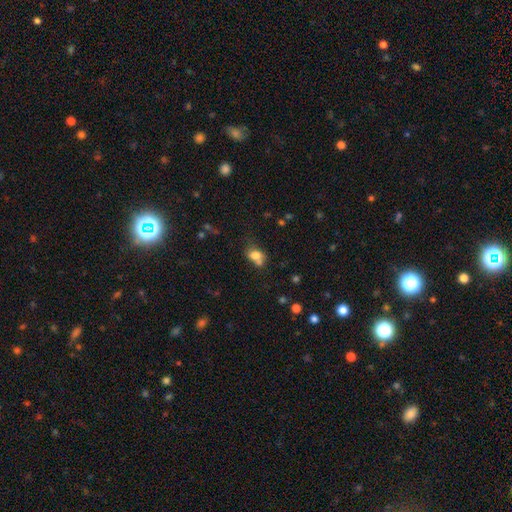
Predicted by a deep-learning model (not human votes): smooth 75%, featured or disk 13%, star or artifact 12%. Down the decision tree: how rounded — in between (60%); merging — merger (38%).